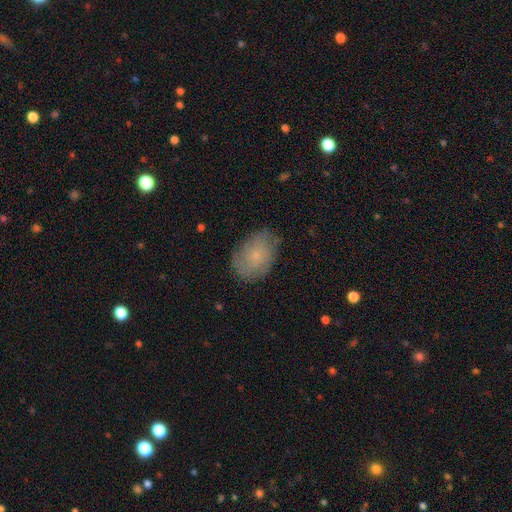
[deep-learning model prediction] A smooth galaxy with no disk features (60%) that is in between round and cigar-shaped (80%).

Vote fractions:
- Smooth or featured? smooth: 60% / featured or disk: 32% / star or artifact: 9%
- How rounded? in between: 80% / round: 19% / cigar-shaped: 1%
- Merging? none: 74% / minor disturbance: 20% / major disturbance: 5% / merger: 1%